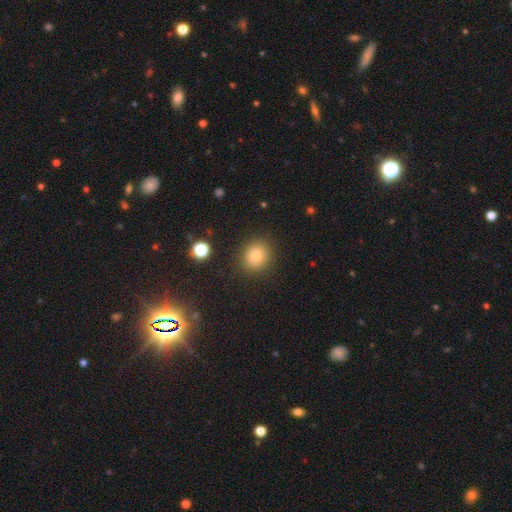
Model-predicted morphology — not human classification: Smooth or featured? smooth (80%)
How rounded? round (77%)
Merging? none (88%)